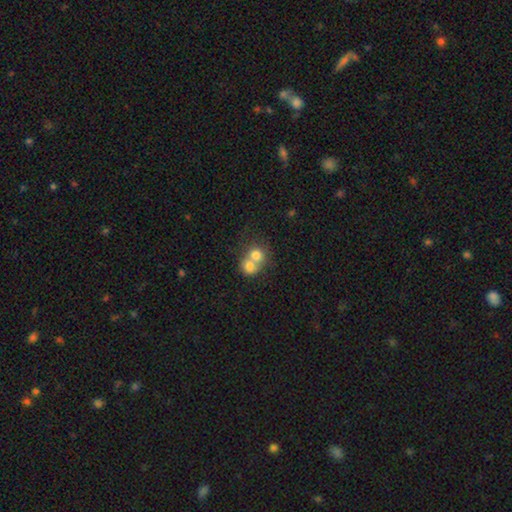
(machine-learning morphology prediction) Smooth or featured? Predicted: smooth (p=0.73). How rounded? Predicted: round (p=0.73). Merging? Predicted: merger (p=0.71).